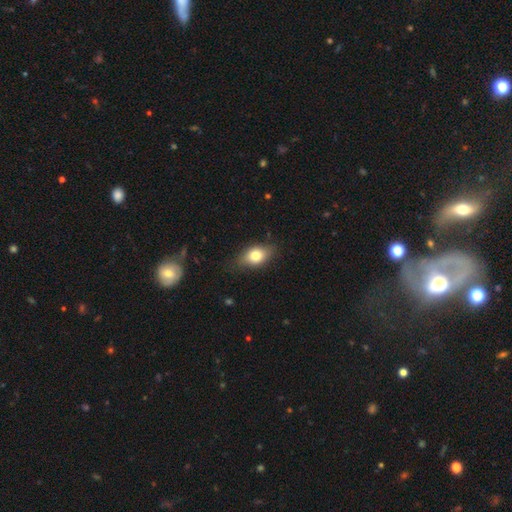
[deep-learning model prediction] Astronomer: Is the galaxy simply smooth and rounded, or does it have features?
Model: smooth — 74%.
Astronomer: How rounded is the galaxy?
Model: in between — 79%.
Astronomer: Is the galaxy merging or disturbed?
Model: none — 75%.